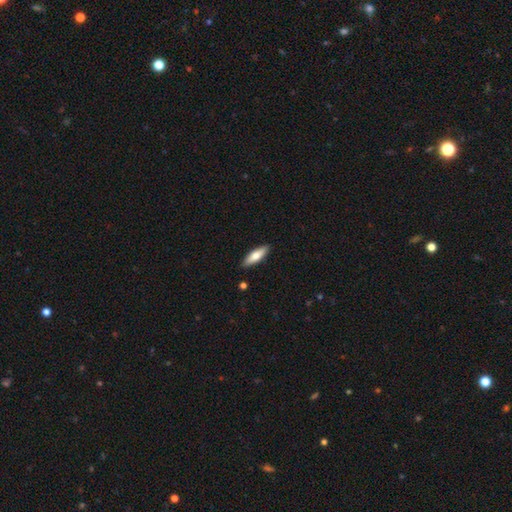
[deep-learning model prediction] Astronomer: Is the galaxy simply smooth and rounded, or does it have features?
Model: smooth — 70%.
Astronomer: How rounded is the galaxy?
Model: cigar-shaped — 52% (runner-up: in between, 46%).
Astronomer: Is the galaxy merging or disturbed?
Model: none — 89%.